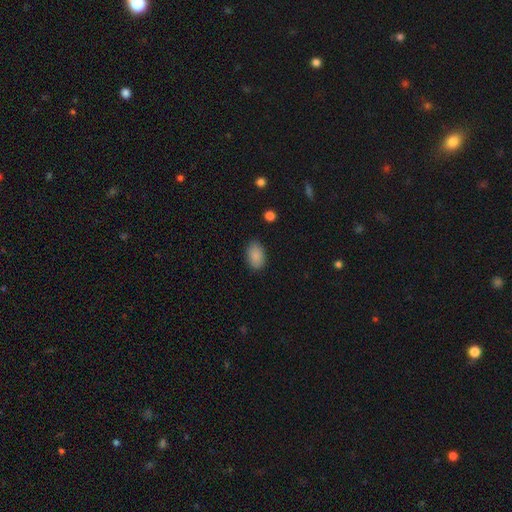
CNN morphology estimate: smooth_or_featured: smooth (p=0.88) [alt: star or artifact p=0.08]
how_rounded: in between (p=0.90) [alt: round p=0.09]
merging: none (p=0.86) [alt: minor disturbance p=0.11]